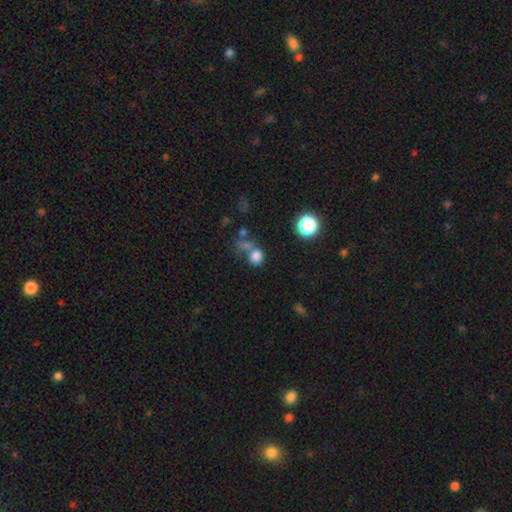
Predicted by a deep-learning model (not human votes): Smooth or featured?
  - smooth: 78% *
  - star or artifact: 15%
  - featured or disk: 7%
How rounded?
  - round: 80% *
  - in between: 19%
  - cigar-shaped: 1%
Merging?
  - none: 47% *
  - merger: 30%
  - minor disturbance: 12%
  - major disturbance: 10%